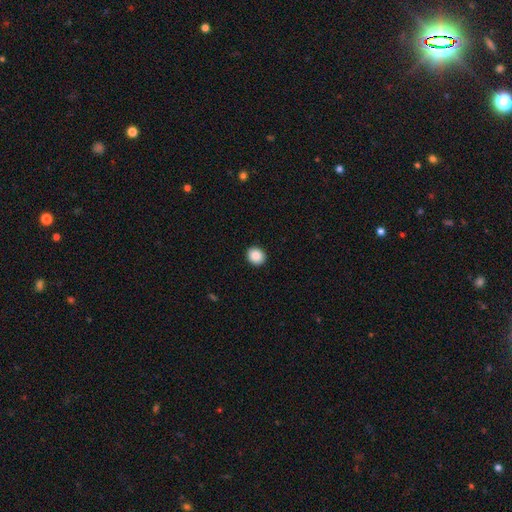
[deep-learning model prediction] Smooth or featured? smooth (89%)
How rounded? round (76%)
Merging? none (92%)